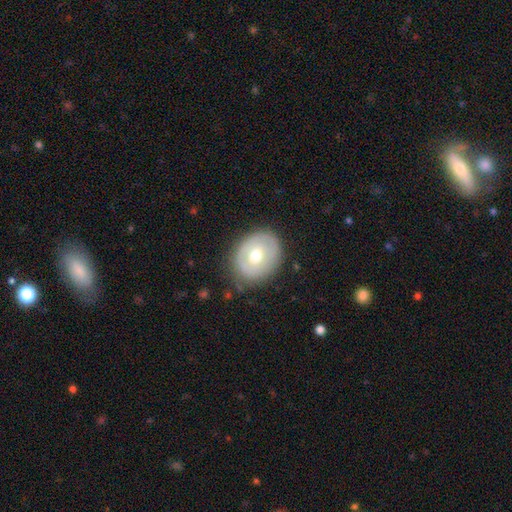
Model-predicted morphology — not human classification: Smooth or featured: smooth — 50% (featured or disk — 43%)
How rounded: round — 54% (in between — 45%)
Merging: none — 81% (minor disturbance — 14%)